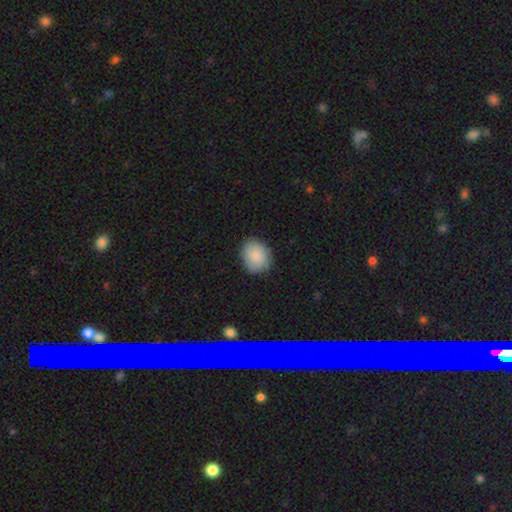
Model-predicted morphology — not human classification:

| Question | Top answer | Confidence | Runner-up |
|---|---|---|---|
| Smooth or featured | smooth | 87% | featured or disk (7%) |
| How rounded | round | 56% | in between (43%) |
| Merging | none | 84% | minor disturbance (13%) |